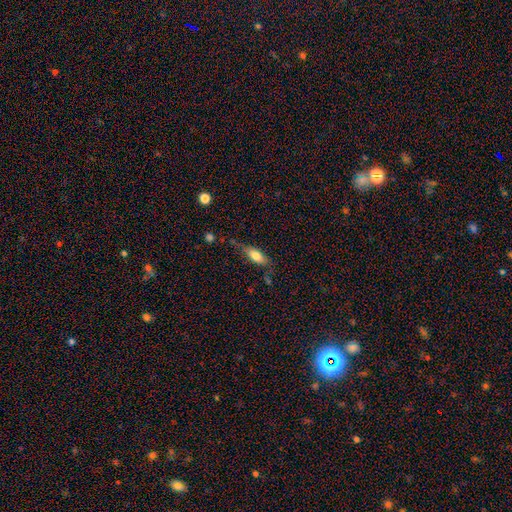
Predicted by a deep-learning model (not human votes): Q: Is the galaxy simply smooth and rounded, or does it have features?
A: smooth — 71%.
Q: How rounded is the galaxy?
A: in between — 71%.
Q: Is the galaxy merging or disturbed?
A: none — 55%.